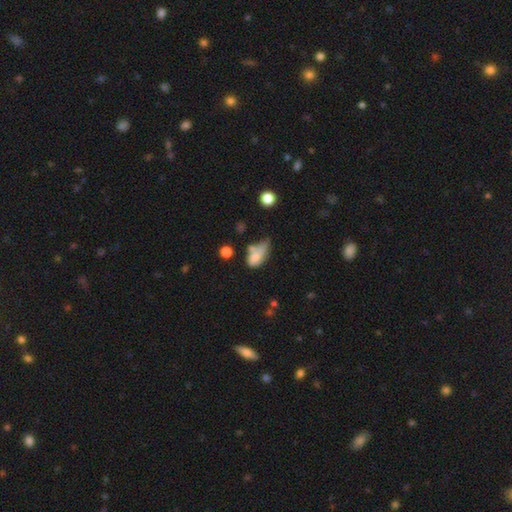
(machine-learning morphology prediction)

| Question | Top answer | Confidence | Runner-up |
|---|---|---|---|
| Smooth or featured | smooth | 70% | featured or disk (20%) |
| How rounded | in between | 84% | round (9%) |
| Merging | minor disturbance | 31% | none (24%) |